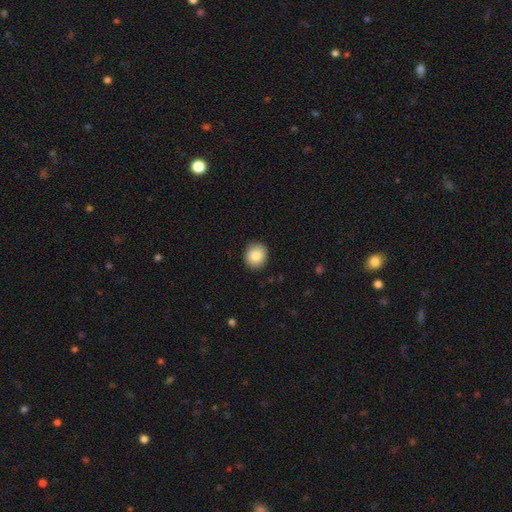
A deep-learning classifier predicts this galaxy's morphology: Q: Smooth or featured?
A: smooth (84%); runner-up: star or artifact (8%)
Q: How rounded?
A: round (83%); runner-up: in between (16%)
Q: Merging?
A: none (90%); runner-up: minor disturbance (7%)